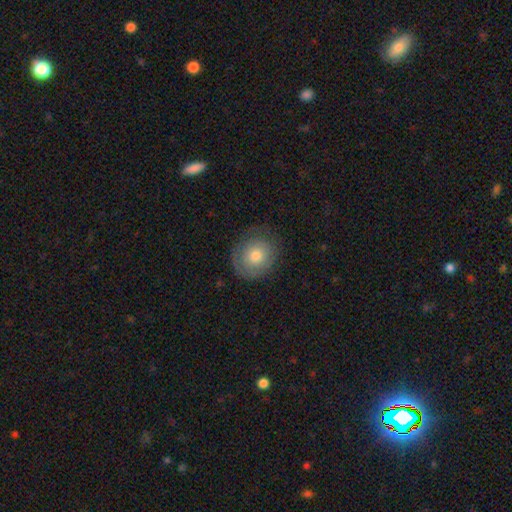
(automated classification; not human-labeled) Smooth or featured?
  - smooth: 67% *
  - featured or disk: 25%
  - star or artifact: 8%
How rounded?
  - round: 81% *
  - in between: 18%
  - cigar-shaped: 1%
Merging?
  - none: 76% *
  - minor disturbance: 17%
  - major disturbance: 6%
  - merger: 1%